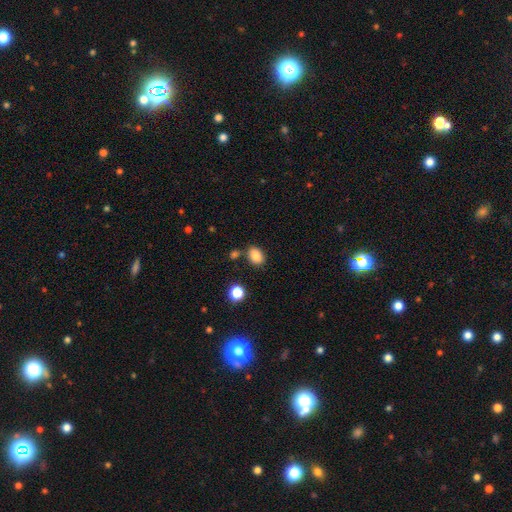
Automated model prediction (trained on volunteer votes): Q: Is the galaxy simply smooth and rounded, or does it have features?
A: smooth — 85%.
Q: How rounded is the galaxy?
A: in between — 70%.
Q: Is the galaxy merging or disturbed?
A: none — 77%.